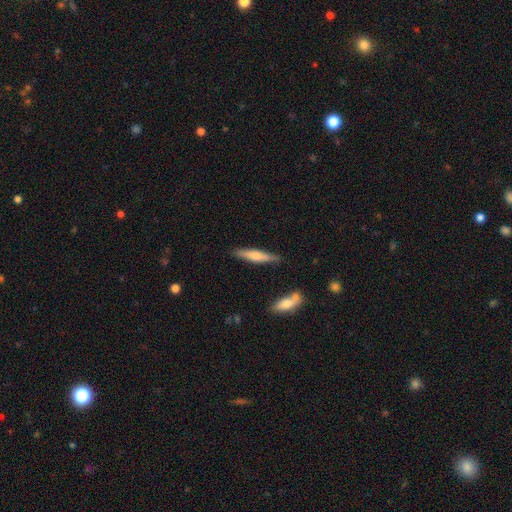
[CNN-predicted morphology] Overall: smooth (58%; featured or disk 36%). How rounded: cigar-shaped (85%). Merging: none (83%).